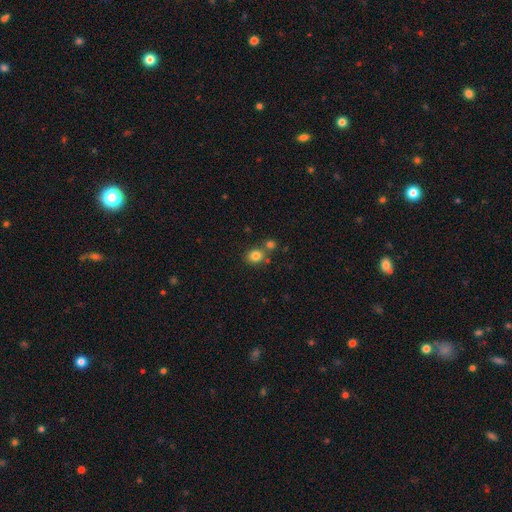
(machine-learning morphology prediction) Q: Smooth or featured?
A: smooth (82%); runner-up: star or artifact (12%)
Q: How rounded?
A: round (72%); runner-up: in between (27%)
Q: Merging?
A: none (63%); runner-up: merger (24%)